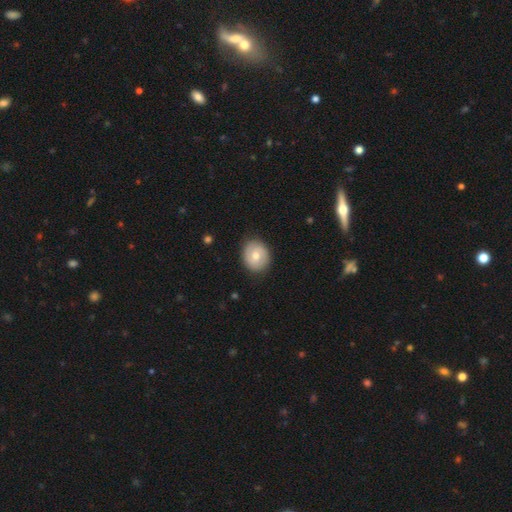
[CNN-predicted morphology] Q: Smooth or featured?
A: smooth (58%); runner-up: featured or disk (35%)
Q: How rounded?
A: round (70%); runner-up: in between (29%)
Q: Merging?
A: none (84%); runner-up: minor disturbance (12%)